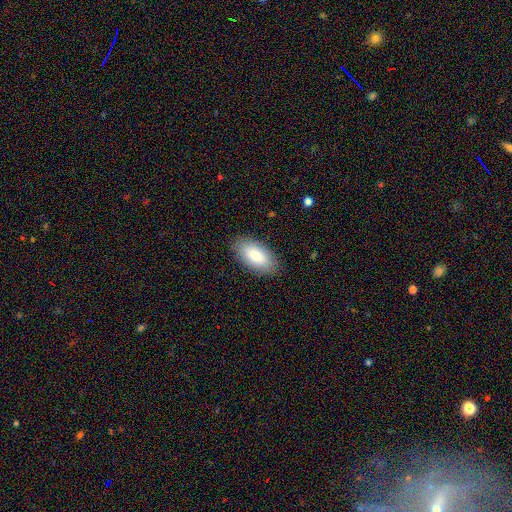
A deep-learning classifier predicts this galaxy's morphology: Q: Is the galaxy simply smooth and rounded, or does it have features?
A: smooth — 80%.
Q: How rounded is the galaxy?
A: in between — 94%.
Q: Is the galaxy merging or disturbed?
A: none — 87%.